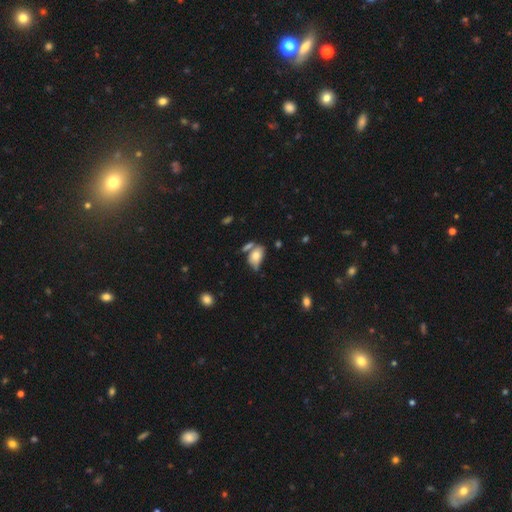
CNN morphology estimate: smooth 70%, featured or disk 21%, star or artifact 9%. Down the decision tree: how rounded — in between (88%); merging — none (40%).